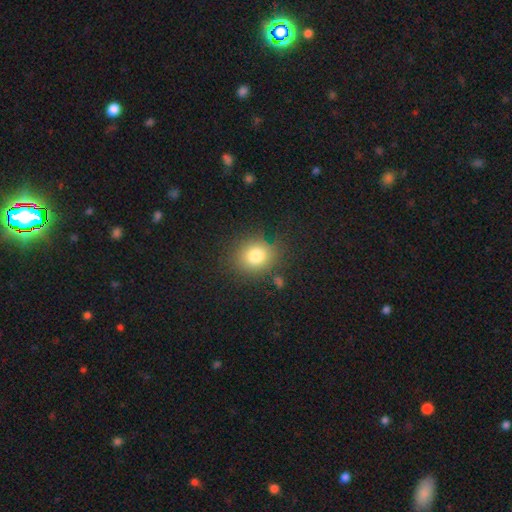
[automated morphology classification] smooth_or_featured: smooth (p=0.80) [alt: star or artifact p=0.12]
how_rounded: round (p=0.71) [alt: in between p=0.28]
merging: none (p=0.78) [alt: minor disturbance p=0.14]